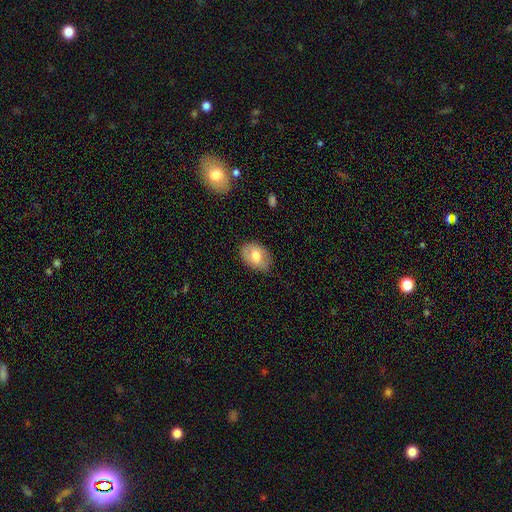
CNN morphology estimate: type=smooth (65%); roundness=in between (79%); merging=none (75%).